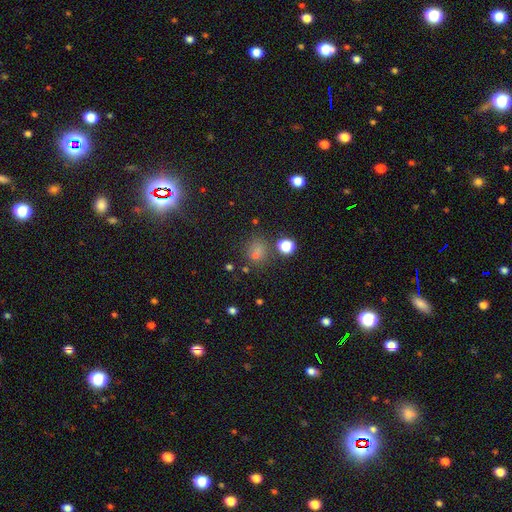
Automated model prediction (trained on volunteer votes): A smooth galaxy with no disk features (63%) that is round (66%).

Vote fractions:
- Smooth or featured? smooth: 63% / star or artifact: 29% / featured or disk: 8%
- How rounded? round: 66% / in between: 33% / cigar-shaped: 1%
- Merging? none: 70% / minor disturbance: 14% / merger: 9% / major disturbance: 6%